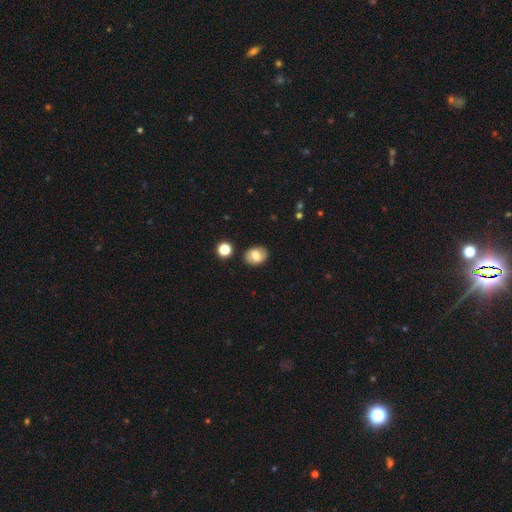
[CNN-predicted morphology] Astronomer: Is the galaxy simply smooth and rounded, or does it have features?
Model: smooth — 70%.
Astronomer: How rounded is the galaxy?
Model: in between — 61% (runner-up: round, 38%).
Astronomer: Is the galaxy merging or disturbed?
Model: none — 83%.